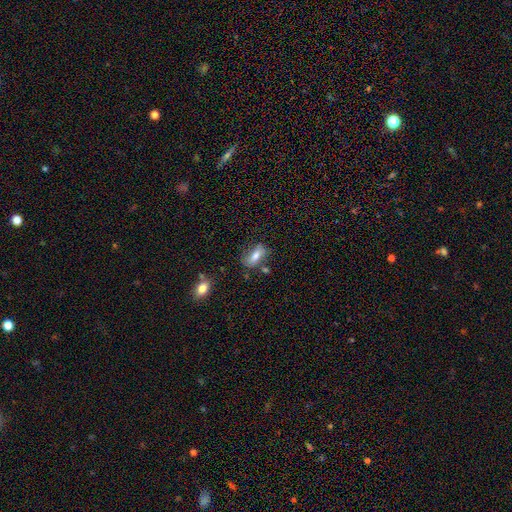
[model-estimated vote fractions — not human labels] Morphology: type=smooth (71%); roundness=in between (81%); merging=none (61%).